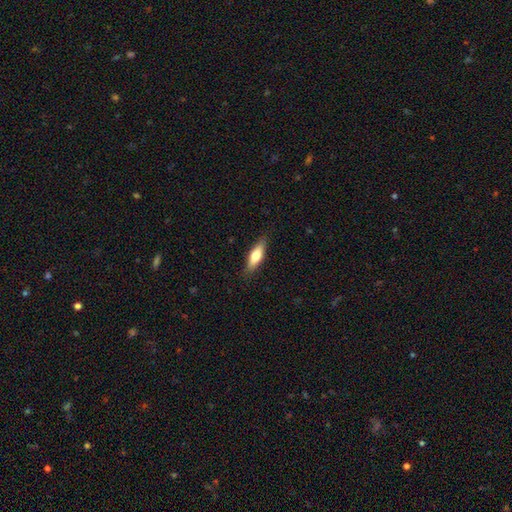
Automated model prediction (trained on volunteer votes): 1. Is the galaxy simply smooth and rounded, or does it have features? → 65% smooth, 29% featured or disk, 6% star or artifact.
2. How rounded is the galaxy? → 51% cigar-shaped, 47% in between, 2% round.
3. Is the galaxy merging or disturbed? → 86% none, 11% minor disturbance, 2% major disturbance, 1% merger.